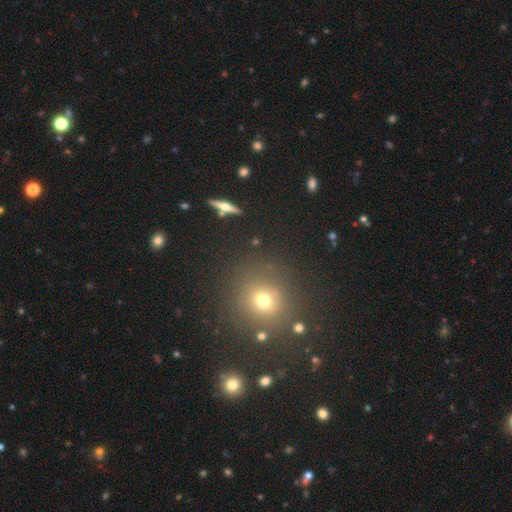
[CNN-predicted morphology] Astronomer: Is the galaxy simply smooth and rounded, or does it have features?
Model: smooth — 53% (runner-up: star or artifact, 40%).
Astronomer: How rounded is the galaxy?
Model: round — 90%.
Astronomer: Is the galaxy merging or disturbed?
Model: none — 87%.